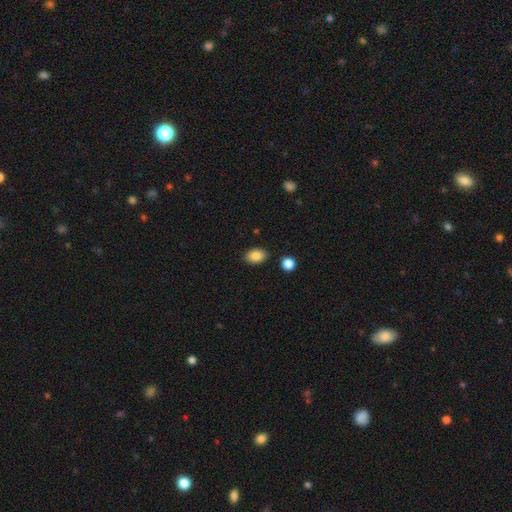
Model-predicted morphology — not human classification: smooth 86%, star or artifact 8%, featured or disk 6%. Down the decision tree: how rounded — in between (85%); merging — none (86%).